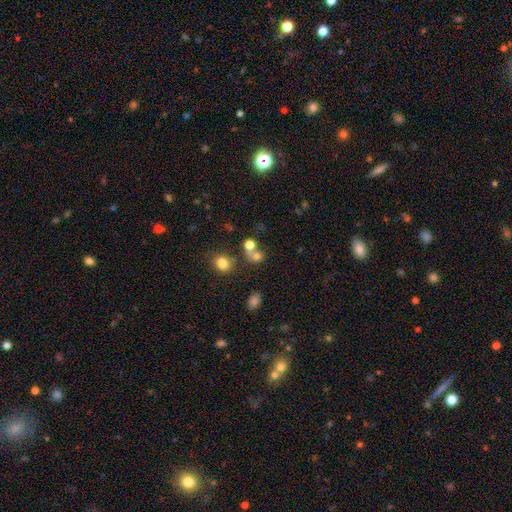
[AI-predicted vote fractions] smooth 71%, star or artifact 17%, featured or disk 12%. Down the decision tree: how rounded — round (75%); merging — merger (46%).